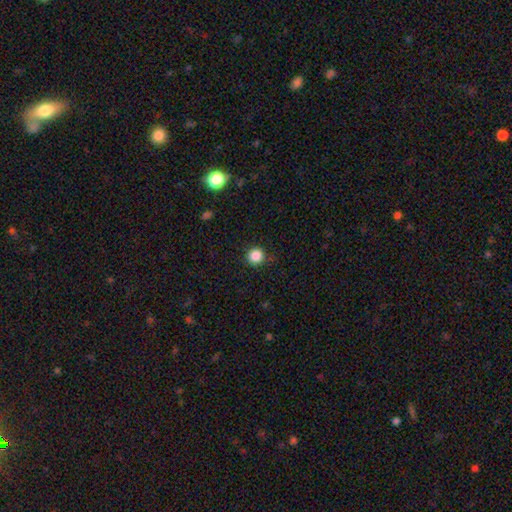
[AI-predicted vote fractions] A smooth galaxy with no disk features (87%) that is round (95%).

Vote fractions:
- Smooth or featured? smooth: 87% / star or artifact: 10% / featured or disk: 3%
- How rounded? round: 95% / in between: 4% / cigar-shaped: 1%
- Merging? none: 90% / minor disturbance: 7% / major disturbance: 2% / merger: 1%